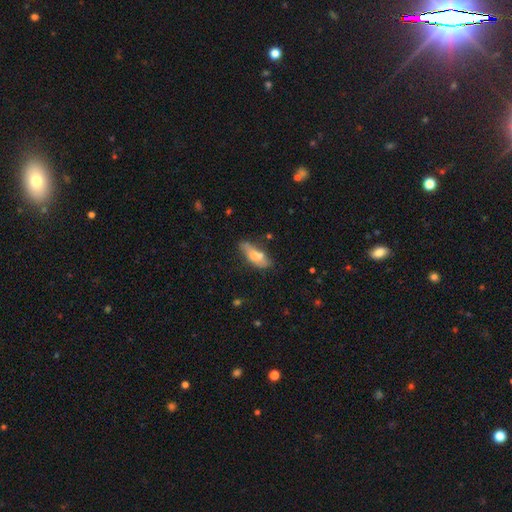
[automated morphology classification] This appears to be a smooth galaxy with no disk features (65%) that is in between round and cigar-shaped (62%). Merging: none (53%).